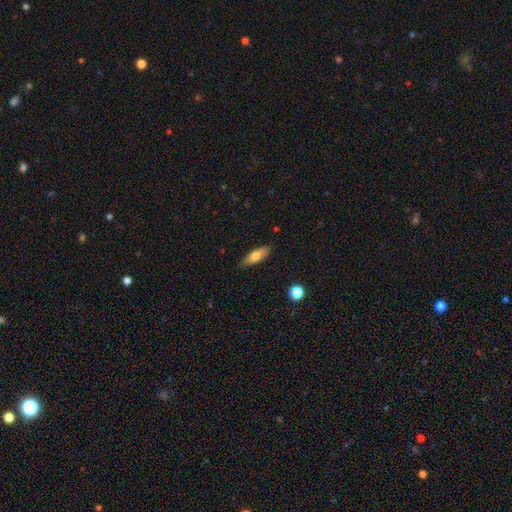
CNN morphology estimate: Q: Smooth or featured?
A: smooth (70%); runner-up: featured or disk (23%)
Q: How rounded?
A: in between (53%); runner-up: cigar-shaped (44%)
Q: Merging?
A: none (85%); runner-up: minor disturbance (12%)